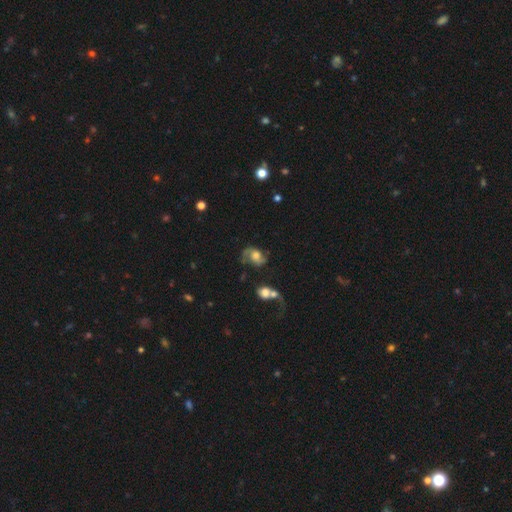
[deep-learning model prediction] The model was most divided on "spiral winding": loose: 45%, medium: 41%, tight: 14%. Remaining: edge-on disk — no (97%); spiral arms — yes (90%); spiral arm count — 2 (81%); smooth or featured — featured or disk (70%); bar — no (67%); merging — none (50%); bulge size — moderate (44%).